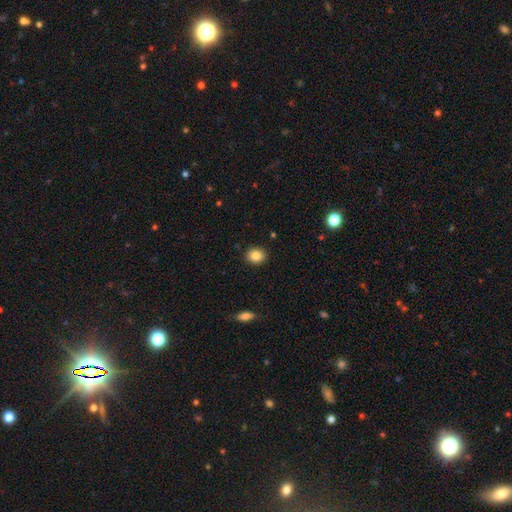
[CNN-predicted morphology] smooth-or-featured: smooth: 84% | star or artifact: 9% | featured or disk: 7%
  how-rounded: round: 66% | in between: 33% | cigar-shaped: 1%
  merging: none: 90% | minor disturbance: 7% | major disturbance: 2% | merger: 1%